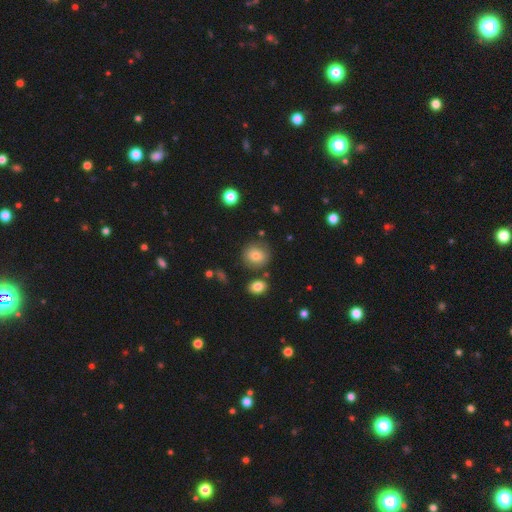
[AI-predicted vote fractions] smooth 78%, featured or disk 11%, star or artifact 10%. Down the decision tree: how rounded — round (83%); merging — none (80%).